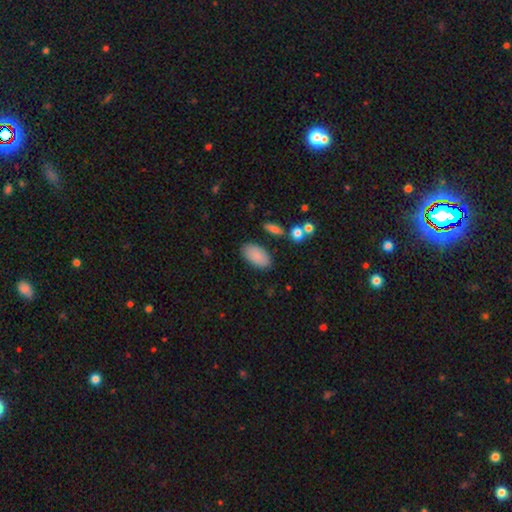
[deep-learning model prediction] This is clearly a smooth galaxy (88%). How rounded: clearly in between (94%). Merging: clearly none (84%).